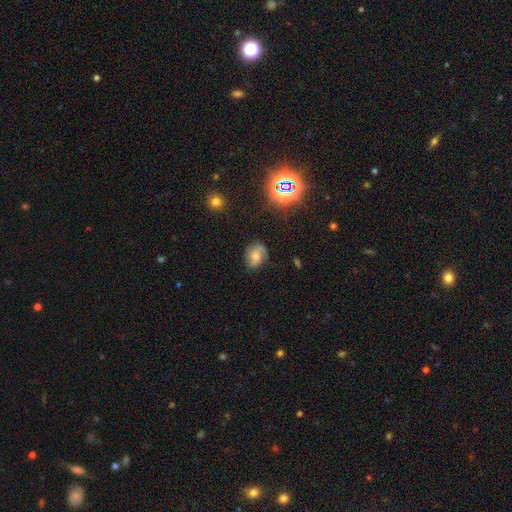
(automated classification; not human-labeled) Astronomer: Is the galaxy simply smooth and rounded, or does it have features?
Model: smooth — 50% (runner-up: featured or disk, 34%).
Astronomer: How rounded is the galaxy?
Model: in between — 56% (runner-up: round, 43%).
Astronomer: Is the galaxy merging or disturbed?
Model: none — 66%.